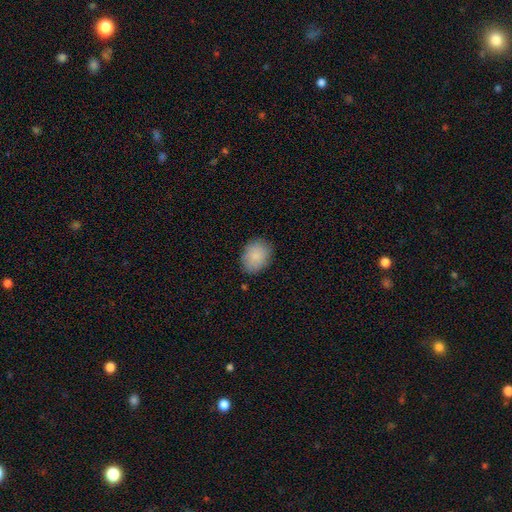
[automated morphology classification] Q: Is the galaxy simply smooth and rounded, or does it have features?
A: smooth — 87%.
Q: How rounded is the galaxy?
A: in between — 57%.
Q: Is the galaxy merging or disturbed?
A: none — 84%.